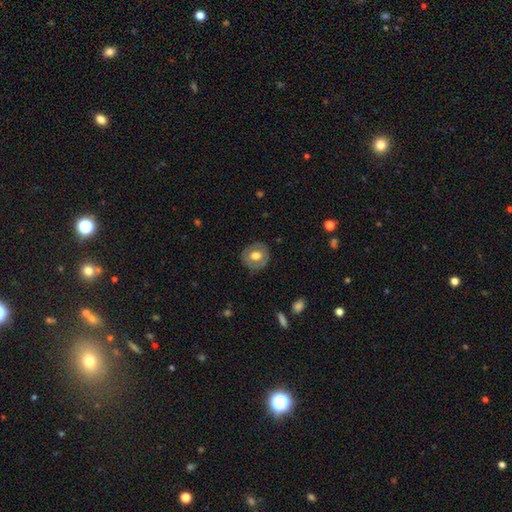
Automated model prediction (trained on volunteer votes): Smooth or featured?
  - smooth: 57% *
  - featured or disk: 36%
  - star or artifact: 7%
How rounded?
  - round: 79% *
  - in between: 20%
  - cigar-shaped: 1%
Merging?
  - none: 83% *
  - minor disturbance: 12%
  - major disturbance: 4%
  - merger: 1%